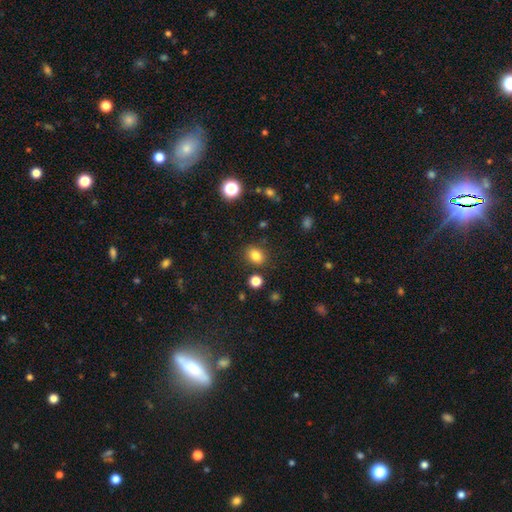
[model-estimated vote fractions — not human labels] A smooth galaxy with no disk features (82%) that is in between round and cigar-shaped (54%). Merging: none (84%).